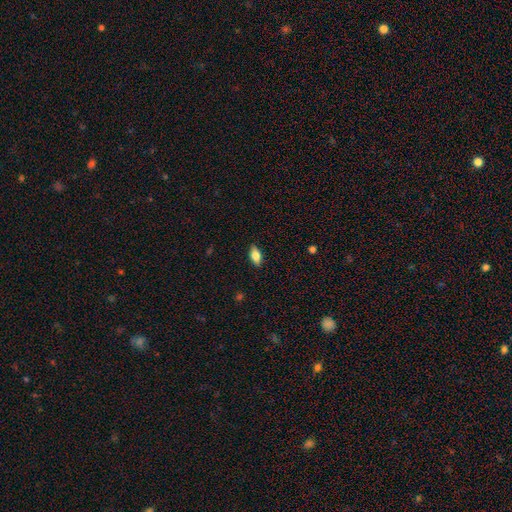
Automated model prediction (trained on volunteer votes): smooth_or_featured: smooth (p=0.76) [alt: featured or disk p=0.17]
how_rounded: in between (p=0.87) [alt: cigar-shaped p=0.09]
merging: none (p=0.87) [alt: minor disturbance p=0.10]